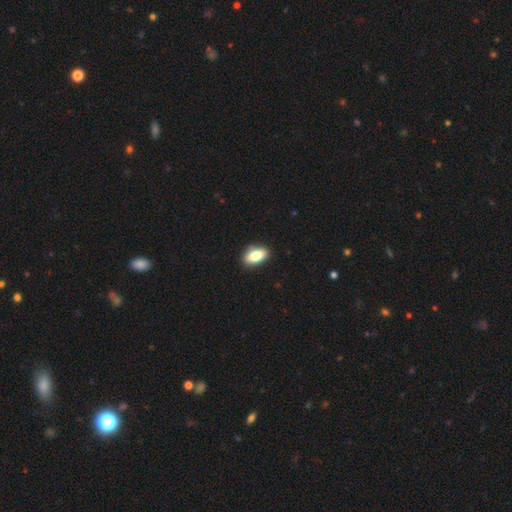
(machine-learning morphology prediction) A smooth galaxy with no disk features (77%) that is in between round and cigar-shaped (88%). Merging: none (85%).